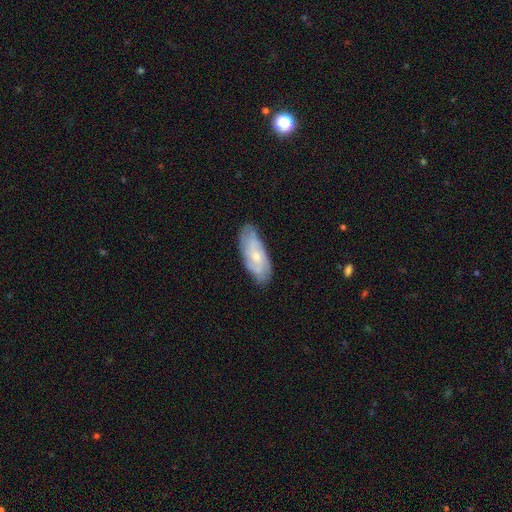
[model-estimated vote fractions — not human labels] The model was most divided on "smooth or featured": featured or disk: 56%, smooth: 38%, star or artifact: 7%. More confident: edge-on disk — no (88%); merging — none (76%).